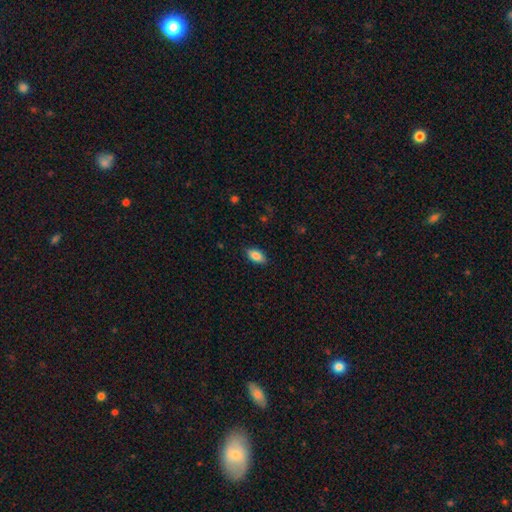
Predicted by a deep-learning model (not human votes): A smooth galaxy with no disk features (83%) that is in between round and cigar-shaped (89%).

Vote fractions:
- Smooth or featured? smooth: 83% / featured or disk: 9% / star or artifact: 7%
- How rounded? in between: 89% / cigar-shaped: 7% / round: 3%
- Merging? none: 86% / minor disturbance: 11% / major disturbance: 2% / merger: 1%